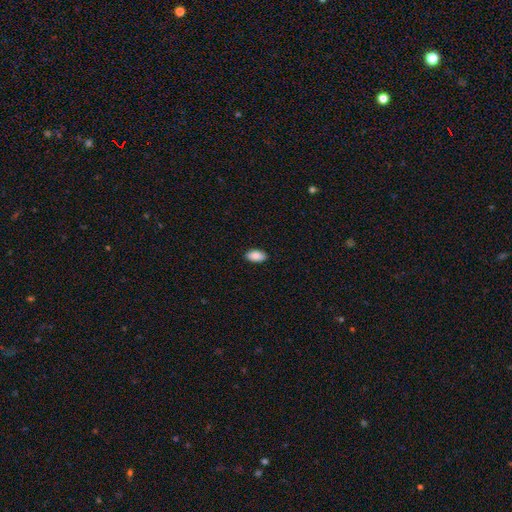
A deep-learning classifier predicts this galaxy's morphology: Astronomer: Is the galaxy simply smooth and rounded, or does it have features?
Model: smooth — 89%.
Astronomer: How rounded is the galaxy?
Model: in between — 94%.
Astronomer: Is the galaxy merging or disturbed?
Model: none — 89%.